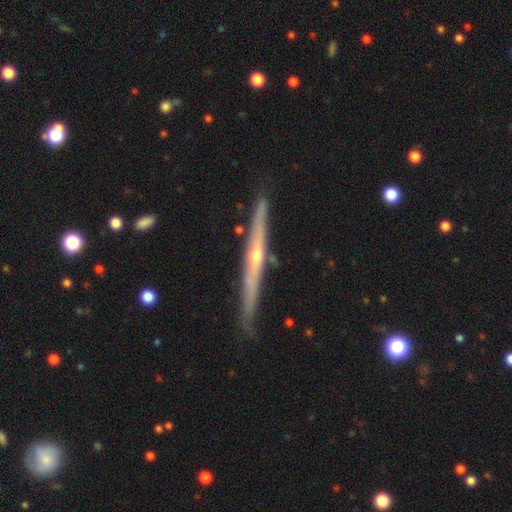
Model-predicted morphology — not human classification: This appears to be a featured or disk galaxy (80%) viewed edge-on (97%) with a rounded central bulge (74%). Merging: none (87%).